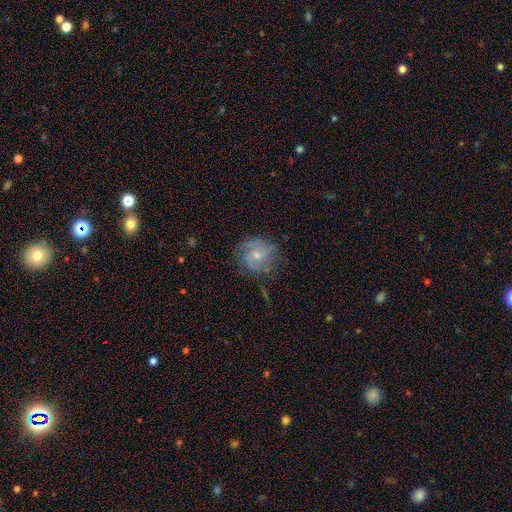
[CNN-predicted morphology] Smooth or featured?
  - featured or disk: 67% *
  - smooth: 25%
  - star or artifact: 7%
Edge-on disk?
  - no: 97% *
  - yes: 3%
Bar?
  - no: 58% *
  - weak: 36%
  - strong: 6%
Spiral arms?
  - yes: 89% *
  - no: 11%
Spiral winding?
  - medium: 43% *
  - tight: 39%
  - loose: 17%
Spiral arm count?
  - 2: 62% *
  - can't tell: 18%
  - 3: 9%
  - 1: 7%
  - 4: 2%
  - more than 4: 2%
Bulge size?
  - moderate: 50% *
  - small: 44%
  - none: 3%
  - large: 2%
  - dominant: 1%
Merging?
  - none: 67% *
  - minor disturbance: 22%
  - major disturbance: 10%
  - merger: 2%